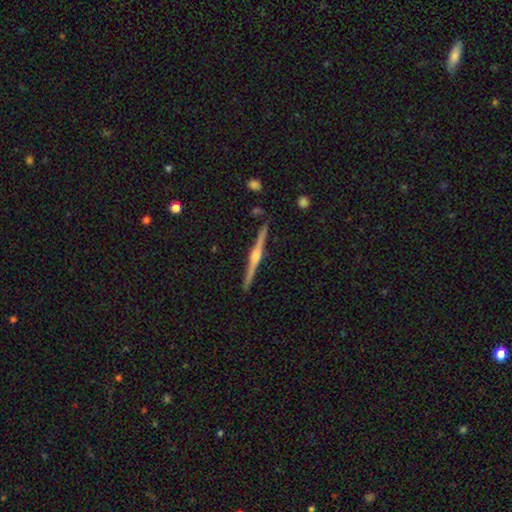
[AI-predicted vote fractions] This is clearly a featured or disk galaxy (85%). It is clearly viewed edge-on (99%). Edge-on bulge: clearly rounded (91%). Merging: clearly none (92%).